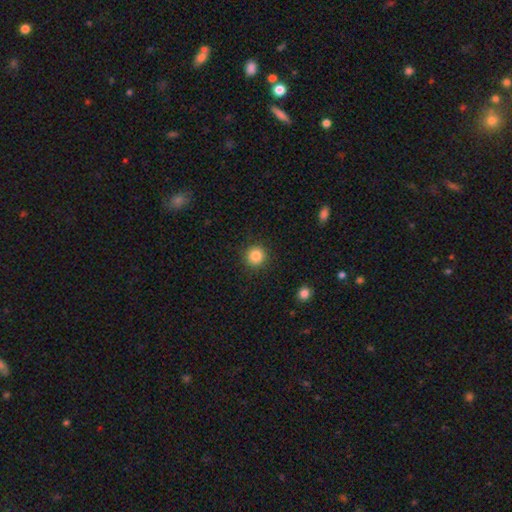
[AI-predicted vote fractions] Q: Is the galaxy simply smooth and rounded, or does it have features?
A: smooth — 85%.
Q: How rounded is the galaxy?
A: round — 94%.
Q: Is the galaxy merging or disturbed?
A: none — 91%.